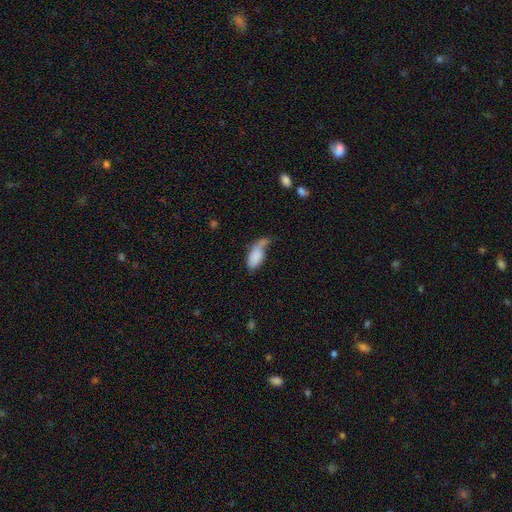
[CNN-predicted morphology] A smooth galaxy with no disk features (77%) that is in between round and cigar-shaped (91%). Merging: major disturbance (36%).